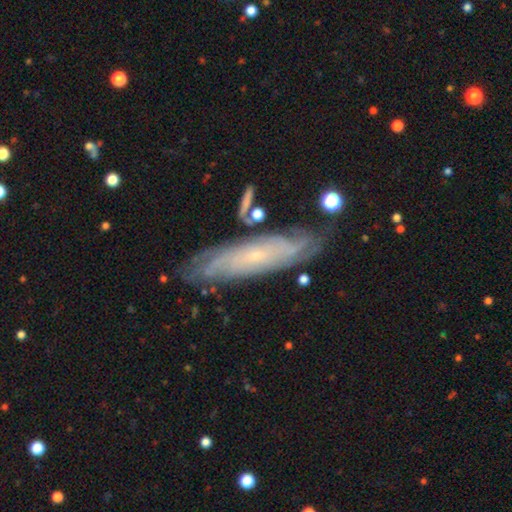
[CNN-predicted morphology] smooth-or-featured: featured or disk: 76% | smooth: 16% | star or artifact: 8%
  disk-edge-on: no: 74% | yes: 26%
    bar: no: 77% | weak: 18% | strong: 5%
    has-spiral-arms: yes: 91% | no: 9%
      spiral-winding: tight: 74% | medium: 20% | loose: 6%
      spiral-arm-count: can't tell: 58% | 2: 11% | 4: 10% | 3: 8% | more than 4: 8% | 1: 4%
    bulge-size: small: 86% | moderate: 10% | none: 3% | large: 1% | dominant: 1%
  merging: none: 78% | minor disturbance: 15% | major disturbance: 4% | merger: 3%